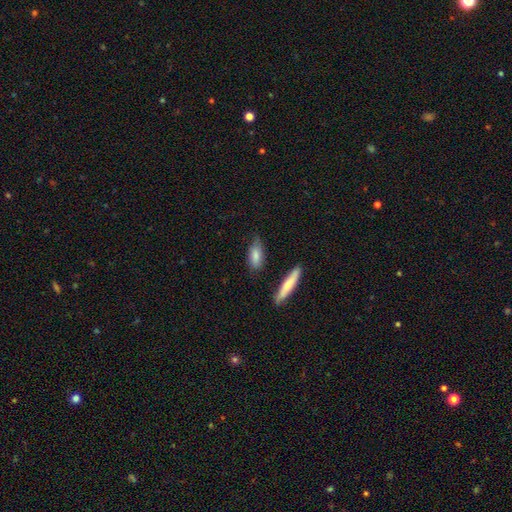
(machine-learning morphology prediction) This appears to be a smooth galaxy with no disk features (80%) that is in between round and cigar-shaped (68%). Merging: none (66%).